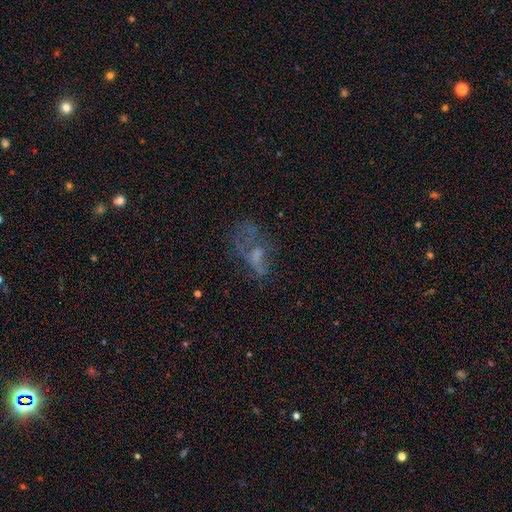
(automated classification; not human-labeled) Smooth or featured? featured or disk (46%)
Merging? major disturbance (38%, tied with none)